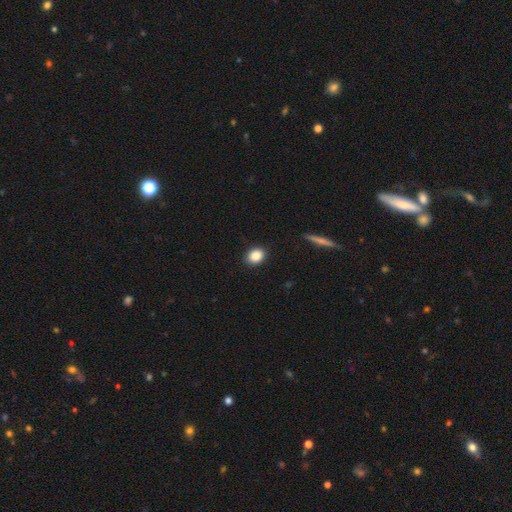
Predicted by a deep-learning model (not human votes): smooth 87%, star or artifact 9%, featured or disk 5%. Down the decision tree: how rounded — in between (51%); merging — none (90%).